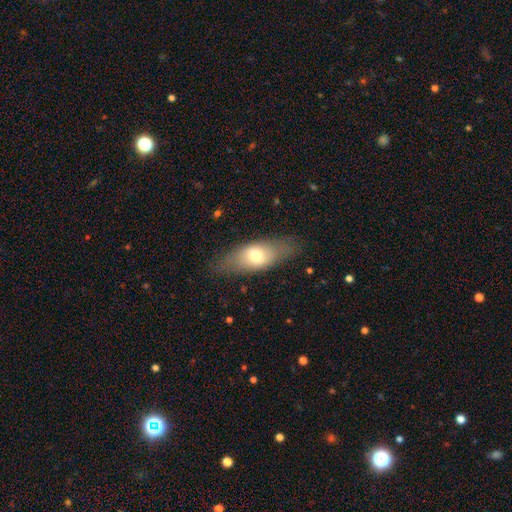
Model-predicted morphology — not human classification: A smooth galaxy with no disk features (65%) that is in between round and cigar-shaped (74%). Merging: none (79%).